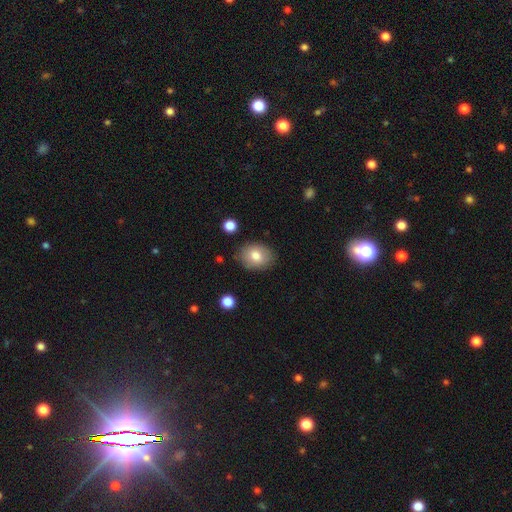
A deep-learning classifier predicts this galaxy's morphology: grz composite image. It shows a smooth galaxy with no disk features (79%) that is in between round and cigar-shaped (62%). Merging: none (83%).